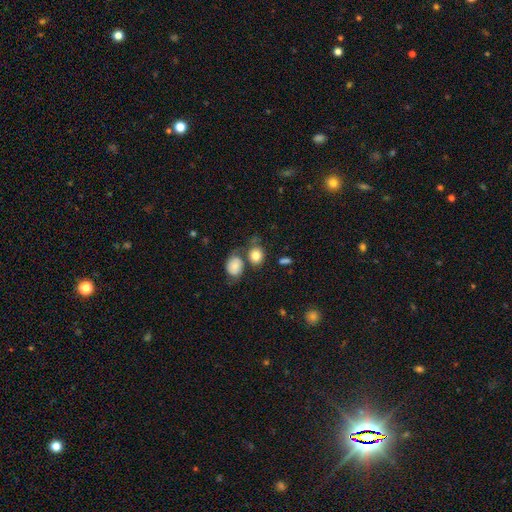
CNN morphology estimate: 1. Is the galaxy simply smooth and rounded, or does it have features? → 81% smooth, 10% featured or disk, 9% star or artifact.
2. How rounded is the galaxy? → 65% round, 34% in between, 1% cigar-shaped.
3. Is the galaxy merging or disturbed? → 55% none, 24% merger, 14% minor disturbance, 6% major disturbance.